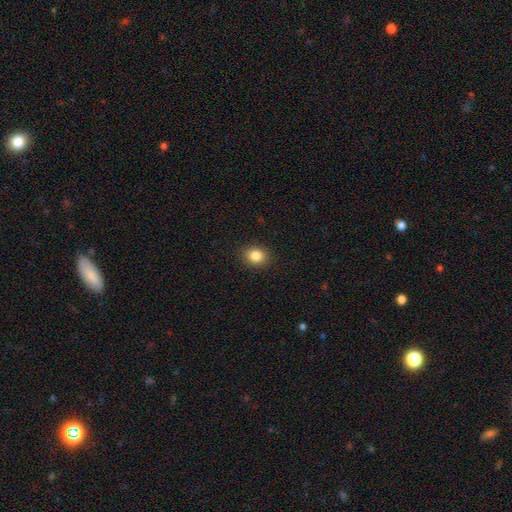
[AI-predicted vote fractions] smooth_or_featured: smooth (p=0.84) [alt: star or artifact p=0.10]
how_rounded: round (p=0.59) [alt: in between p=0.40]
merging: none (p=0.90) [alt: minor disturbance p=0.07]